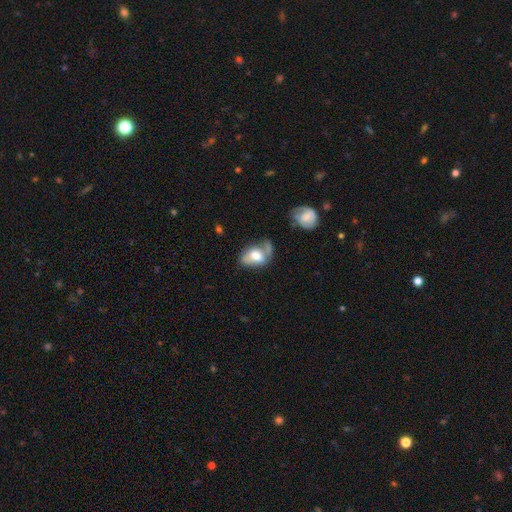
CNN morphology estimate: Q: Smooth or featured?
A: smooth (63%); runner-up: featured or disk (29%)
Q: How rounded?
A: in between (81%); runner-up: round (18%)
Q: Merging?
A: none (32%); runner-up: minor disturbance (28%)